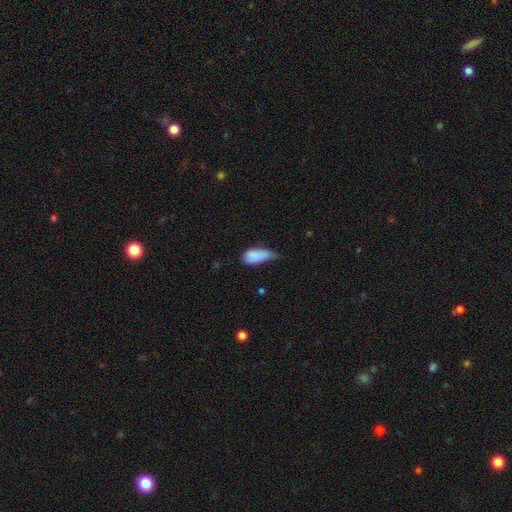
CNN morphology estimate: Smooth or featured: smooth — 82% (featured or disk — 10%)
How rounded: in between — 88% (cigar-shaped — 7%)
Merging: minor disturbance — 50% (major disturbance — 27%)